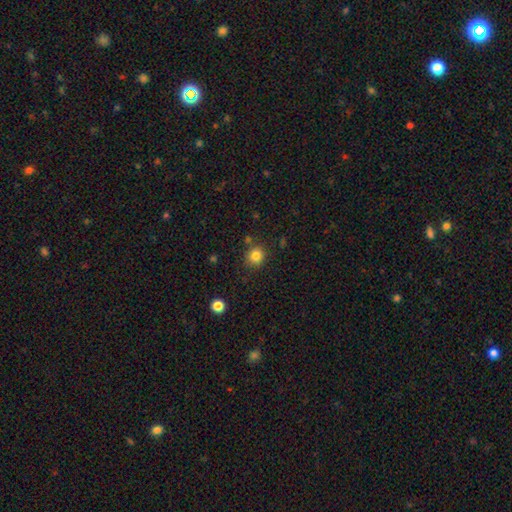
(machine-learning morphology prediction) Smooth or featured?
  - smooth: 83% *
  - star or artifact: 12%
  - featured or disk: 5%
How rounded?
  - round: 87% *
  - in between: 12%
  - cigar-shaped: 1%
Merging?
  - none: 82% *
  - minor disturbance: 10%
  - merger: 5%
  - major disturbance: 3%